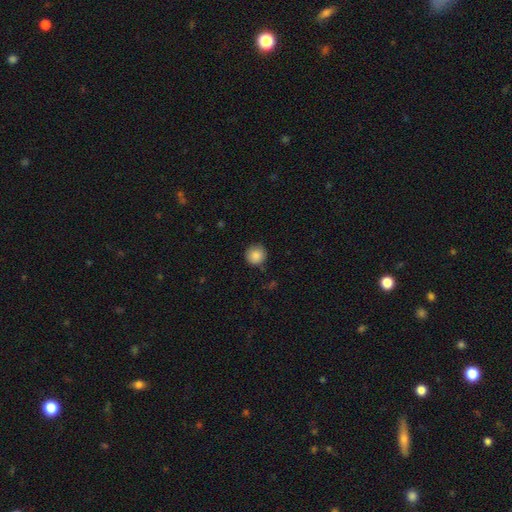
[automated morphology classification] type=smooth (88%); roundness=round (94%); merging=none (83%).